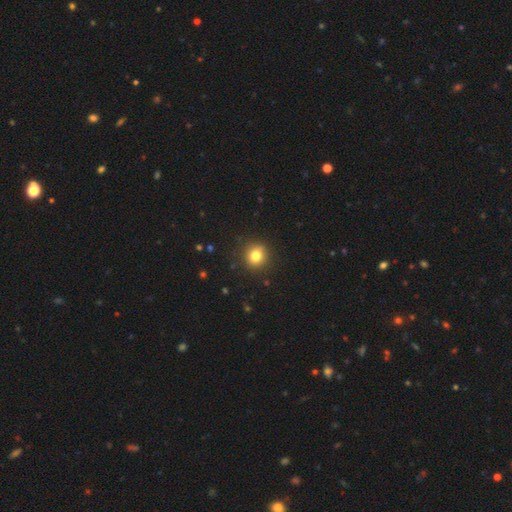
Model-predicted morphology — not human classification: smooth 81%, star or artifact 12%, featured or disk 7%. Down the decision tree: how rounded — round (85%); merging — none (90%).